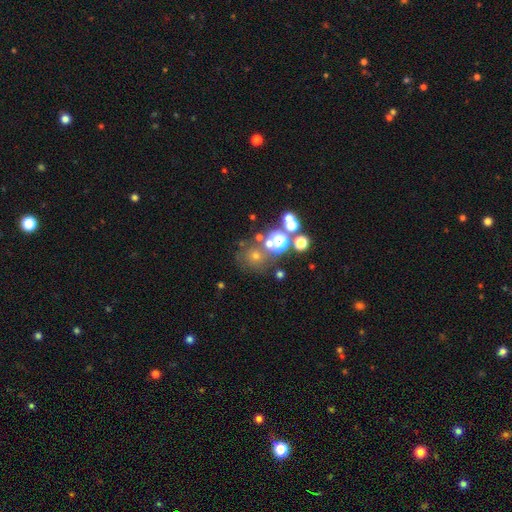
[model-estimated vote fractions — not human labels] The model was most divided on "smooth or featured": smooth: 52%, star or artifact: 32%, featured or disk: 15%. More confident: how rounded — round (87%); merging — none (63%).